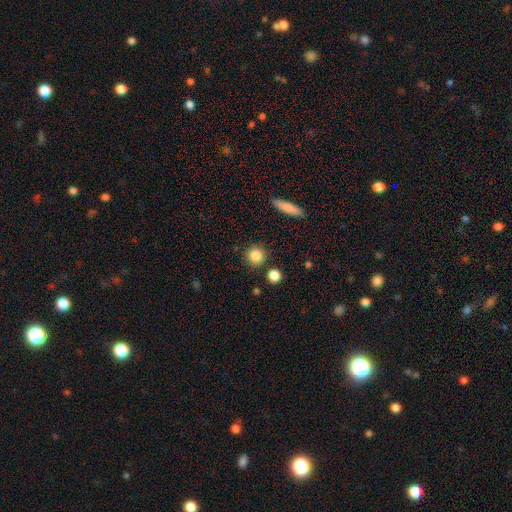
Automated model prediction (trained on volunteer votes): Smooth or featured: smooth — 84% (star or artifact — 10%)
How rounded: round — 92% (in between — 7%)
Merging: none — 86% (minor disturbance — 7%)